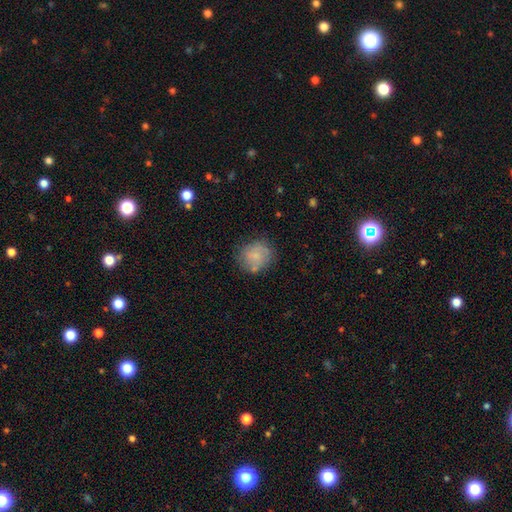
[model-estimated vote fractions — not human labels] A smooth galaxy with no disk features (65%) that is round (76%).

Vote fractions:
- Smooth or featured? smooth: 65% / featured or disk: 26% / star or artifact: 8%
- How rounded? round: 76% / in between: 23% / cigar-shaped: 1%
- Merging? none: 68% / minor disturbance: 20% / major disturbance: 7% / merger: 6%